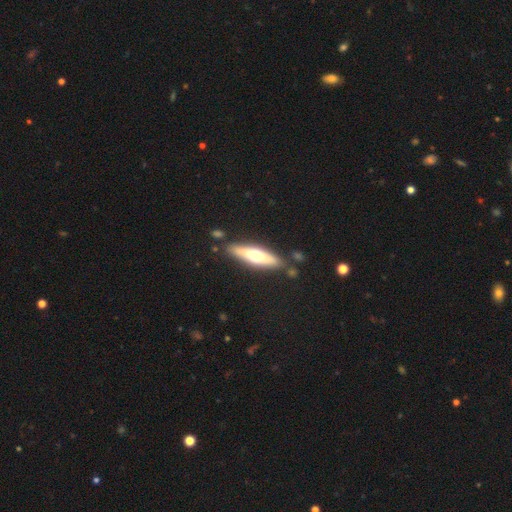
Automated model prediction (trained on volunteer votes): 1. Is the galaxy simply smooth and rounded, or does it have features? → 50% smooth, 45% featured or disk, 5% star or artifact.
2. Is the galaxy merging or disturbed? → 81% none, 12% minor disturbance, 4% merger, 3% major disturbance.